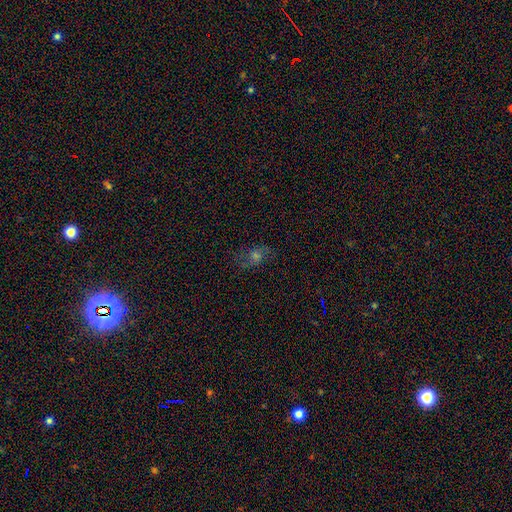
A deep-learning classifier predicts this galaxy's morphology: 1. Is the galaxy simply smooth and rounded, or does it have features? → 43% featured or disk, 31% smooth, 26% star or artifact.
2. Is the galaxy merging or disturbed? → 72% none, 17% minor disturbance, 10% major disturbance, 2% merger.